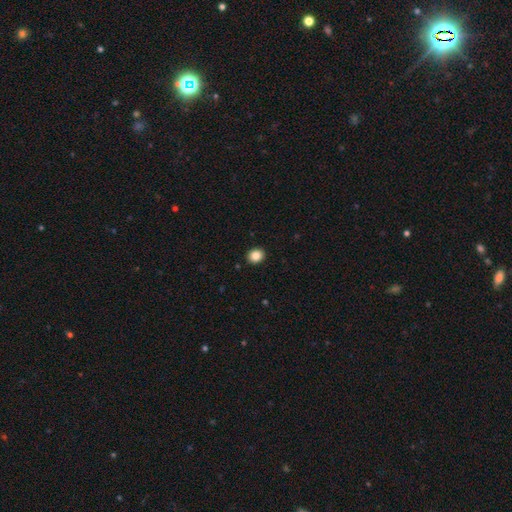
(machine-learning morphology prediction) A smooth galaxy with no disk features (86%) that is round (69%).

Vote fractions:
- Smooth or featured? smooth: 86% / star or artifact: 9% / featured or disk: 5%
- How rounded? round: 69% / in between: 30% / cigar-shaped: 1%
- Merging? none: 92% / minor disturbance: 6% / major disturbance: 2% / merger: 1%